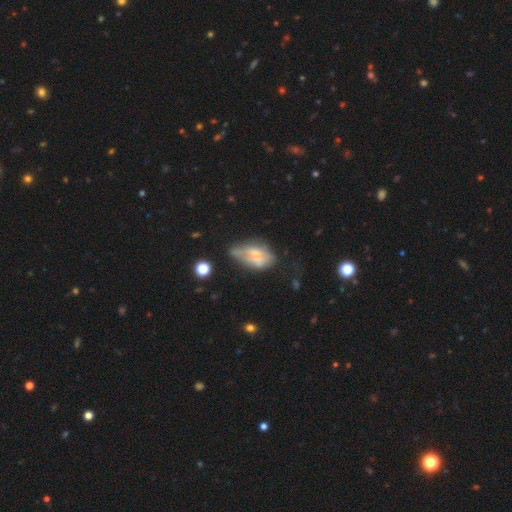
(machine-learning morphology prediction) The model was most divided on "merging" (2-way tie): none: 31%, minor disturbance: 31%, major disturbance: 29%, merger: 10%. Remaining: smooth or featured — featured or disk (49%).